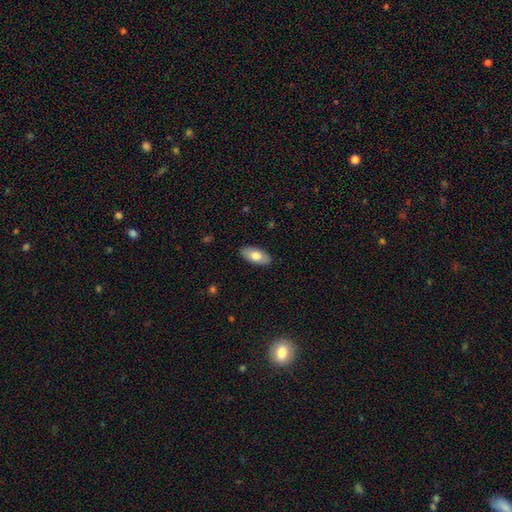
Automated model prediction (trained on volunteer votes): The model was most divided on "smooth or featured": smooth: 75%, featured or disk: 19%, star or artifact: 6%. More confident: how rounded — in between (92%); merging — none (89%).